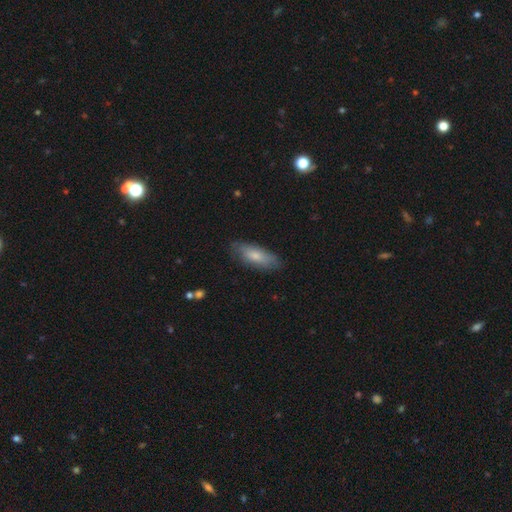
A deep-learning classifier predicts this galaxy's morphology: This is likely a smooth galaxy (73%). How rounded: likely in between (66%). Merging: likely none (79%).